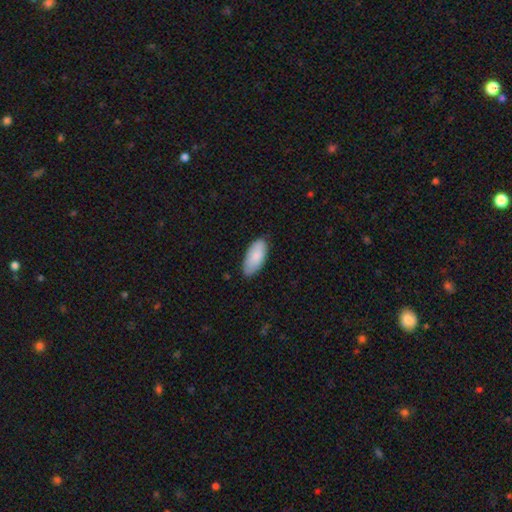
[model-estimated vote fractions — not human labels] smooth_or_featured: smooth (p=0.86) [alt: featured or disk p=0.08]
how_rounded: in between (p=0.90) [alt: cigar-shaped p=0.08]
merging: none (p=0.79) [alt: minor disturbance p=0.18]